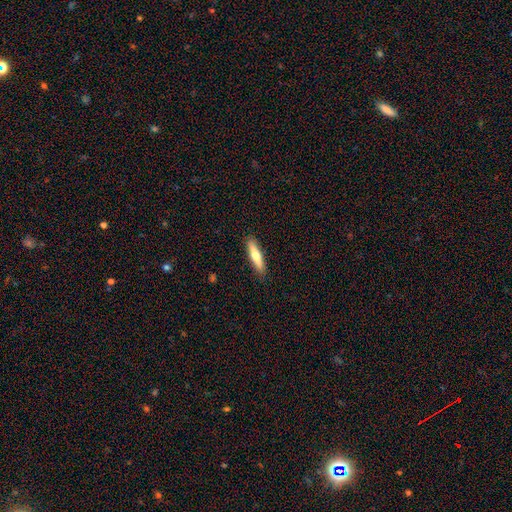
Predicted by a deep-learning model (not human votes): Smooth or featured?
  - smooth: 62% *
  - featured or disk: 33%
  - star or artifact: 5%
How rounded?
  - cigar-shaped: 81% *
  - in between: 18%
  - round: 2%
Merging?
  - none: 90% *
  - minor disturbance: 8%
  - major disturbance: 2%
  - merger: 1%